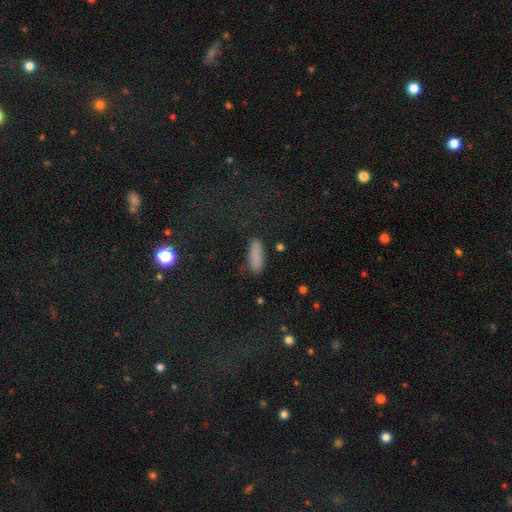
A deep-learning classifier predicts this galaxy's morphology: A smooth galaxy with no disk features (80%) that is in between round and cigar-shaped (62%).

Vote fractions:
- Smooth or featured? smooth: 80% / star or artifact: 13% / featured or disk: 8%
- How rounded? in between: 62% / cigar-shaped: 35% / round: 3%
- Merging? none: 73% / minor disturbance: 18% / major disturbance: 5% / merger: 3%